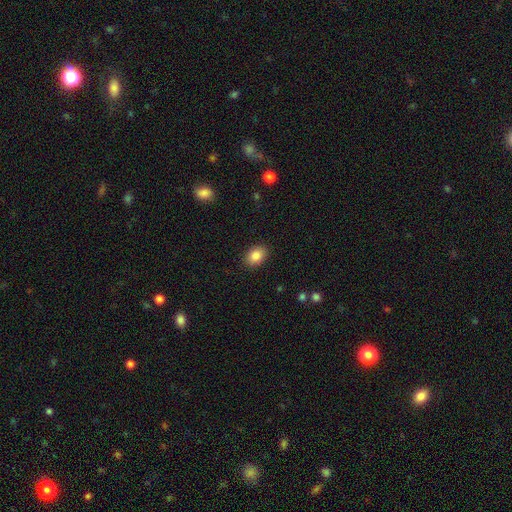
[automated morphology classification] A smooth galaxy with no disk features (85%) that is in between round and cigar-shaped (78%). Merging: none (89%).